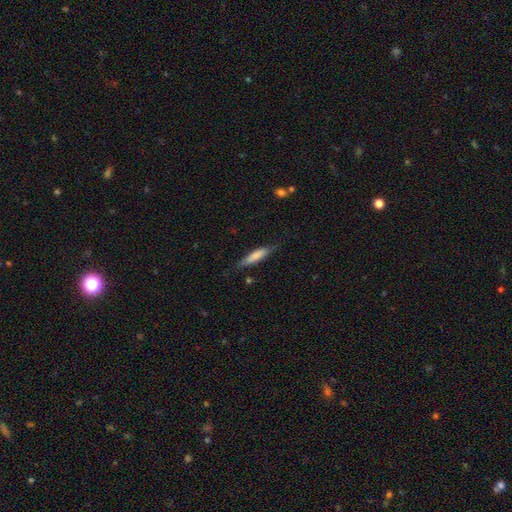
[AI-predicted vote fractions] Smooth or featured? Predicted: smooth (p=0.73). How rounded? Predicted: cigar-shaped (p=0.77). Merging? Predicted: none (p=0.73).